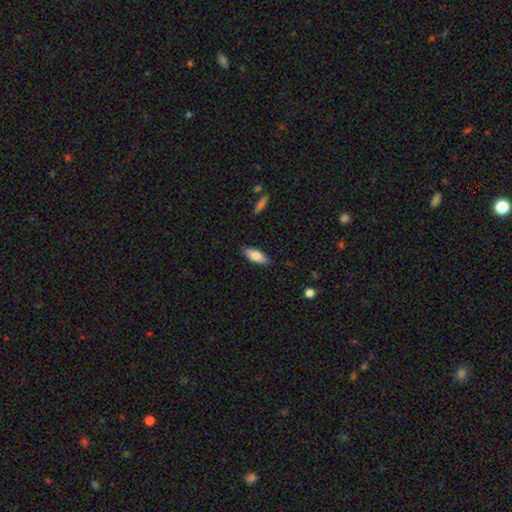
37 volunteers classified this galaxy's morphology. smooth-or-featured: smooth: 81% | featured or disk: 16% | star or artifact: 3%
  how-rounded: in between: 73% | cigar-shaped: 20% | round: 7%
  merging: none: 83% | minor disturbance: 8% | major disturbance: 8% | merger: 0%